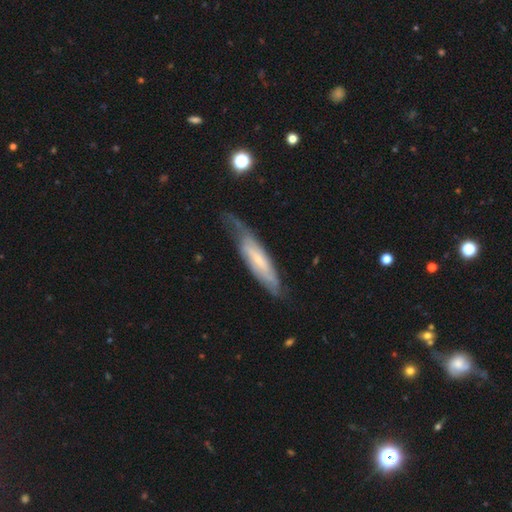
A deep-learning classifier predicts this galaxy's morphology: Smooth or featured: featured or disk — 60% (smooth — 33%)
Edge-on disk: yes — 51% (no — 49%)
Merging: none — 62% (minor disturbance — 26%)